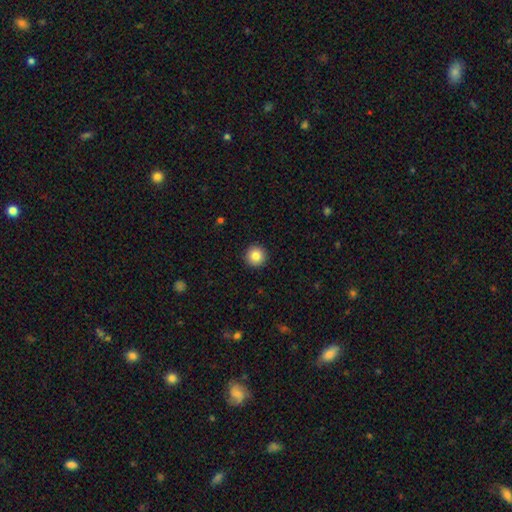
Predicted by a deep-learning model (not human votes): Smooth or featured: smooth — 84% (star or artifact — 10%)
How rounded: round — 96% (in between — 3%)
Merging: none — 93% (minor disturbance — 4%)